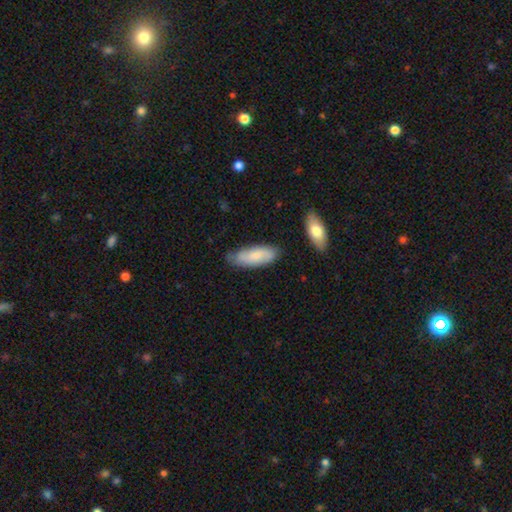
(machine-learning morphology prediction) Smooth or featured? Predicted: smooth (p=0.76). How rounded? Predicted: in between (p=0.72). Merging? Predicted: none (p=0.71).